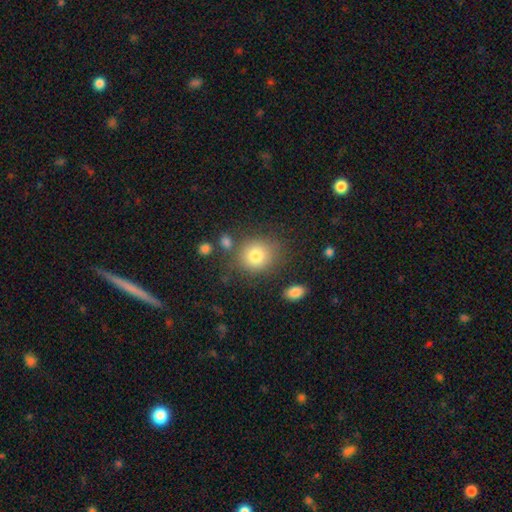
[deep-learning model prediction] smooth_or_featured: smooth (p=0.80) [alt: featured or disk p=0.10]
how_rounded: round (p=0.81) [alt: in between p=0.18]
merging: none (p=0.74) [alt: minor disturbance p=0.13]